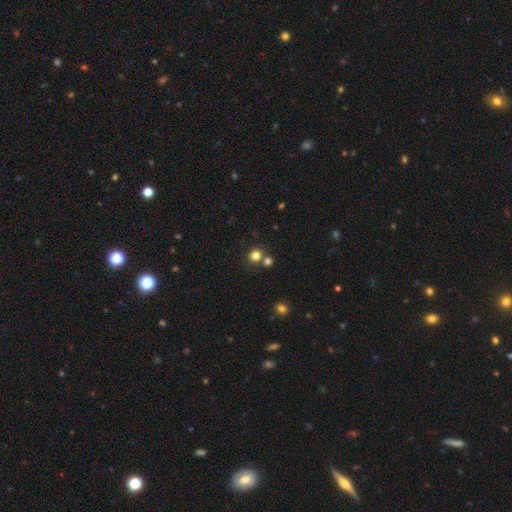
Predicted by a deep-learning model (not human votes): smooth 79%, star or artifact 15%, featured or disk 6%. Down the decision tree: how rounded — round (88%); merging — none (70%).